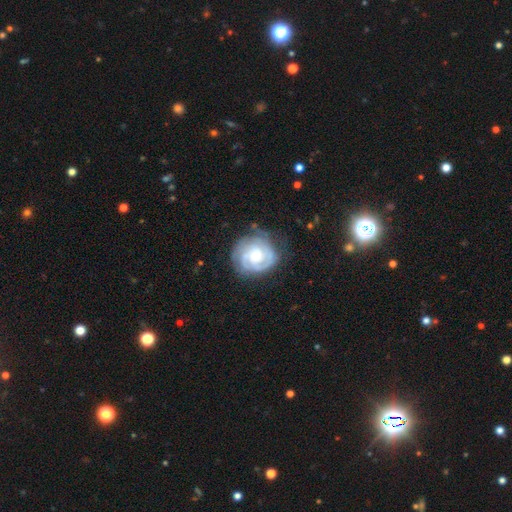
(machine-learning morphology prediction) A featured or disk galaxy (82%) with no bar (70%), 2 (33%) tight (70%) spiral arms (95%) and a moderate central bulge (51%).

Vote fractions:
- Smooth or featured? featured or disk: 82% / smooth: 13% / star or artifact: 5%
- Edge-on disk? no: 98% / yes: 2%
- Bar? no: 70% / weak: 26% / strong: 4%
- Spiral arms? yes: 95% / no: 5%
- Spiral winding? tight: 70% / medium: 25% / loose: 5%
- Spiral arm count? 2: 33% / 3: 27% / can't tell: 26% / 4: 6% / 1: 5% / more than 4: 4%
- Bulge size? moderate: 51% / small: 41% / large: 5% / none: 2% / dominant: 1%
- Merging? none: 72% / minor disturbance: 19% / major disturbance: 7% / merger: 1%